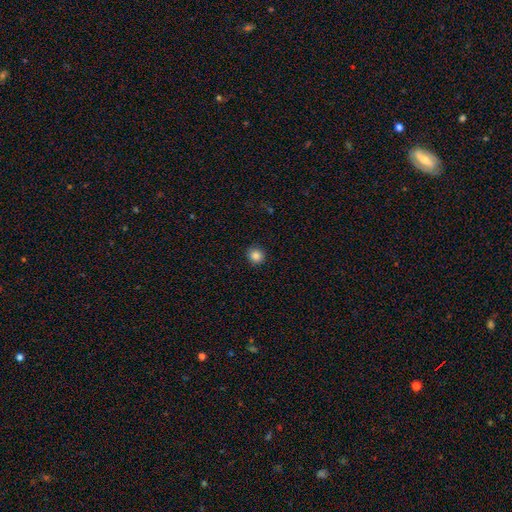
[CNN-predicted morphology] smooth_or_featured: smooth (p=0.85) [alt: star or artifact p=0.11]
how_rounded: round (p=0.93) [alt: in between p=0.06]
merging: none (p=0.92) [alt: minor disturbance p=0.05]